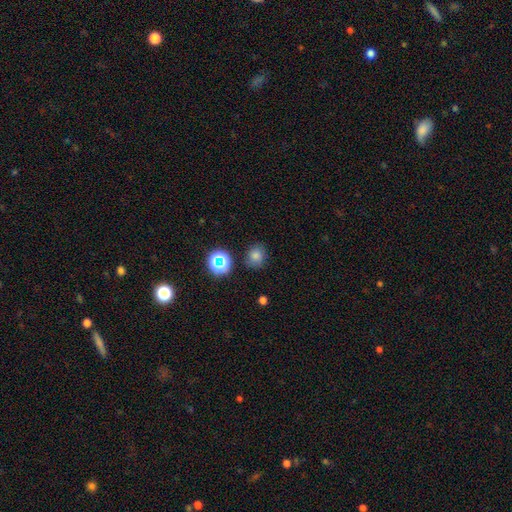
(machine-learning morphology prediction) Q: Smooth or featured?
A: smooth (68%); runner-up: star or artifact (25%)
Q: How rounded?
A: round (72%); runner-up: in between (27%)
Q: Merging?
A: none (84%); runner-up: minor disturbance (10%)